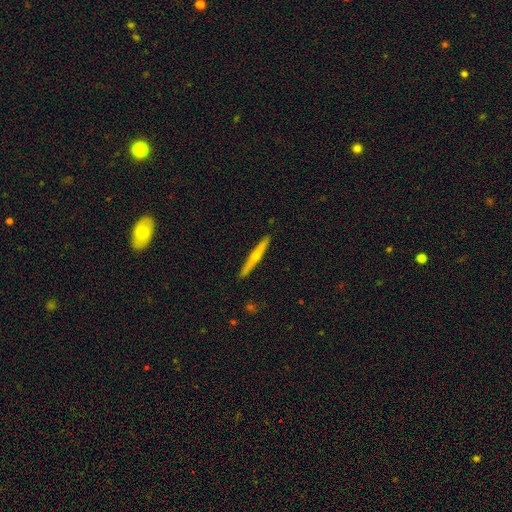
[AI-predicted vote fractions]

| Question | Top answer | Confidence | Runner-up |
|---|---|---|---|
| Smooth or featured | featured or disk | 61% | smooth (33%) |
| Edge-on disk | yes | 97% | no (3%) |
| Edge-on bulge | rounded | 81% | none (17%) |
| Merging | none | 92% | minor disturbance (6%) |